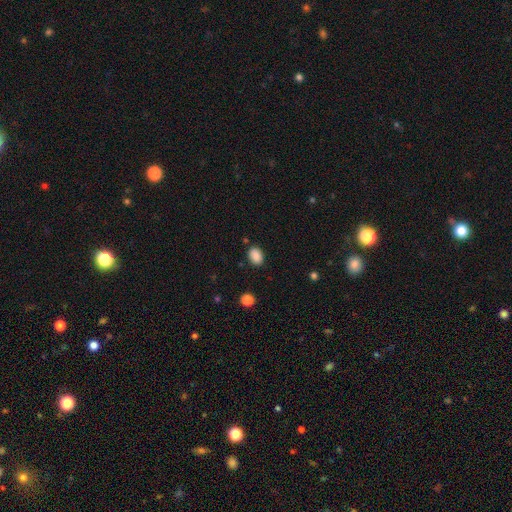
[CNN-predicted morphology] Smooth or featured? Predicted: smooth (p=0.88). How rounded? Predicted: in between (p=0.76). Merging? Predicted: none (p=0.85).